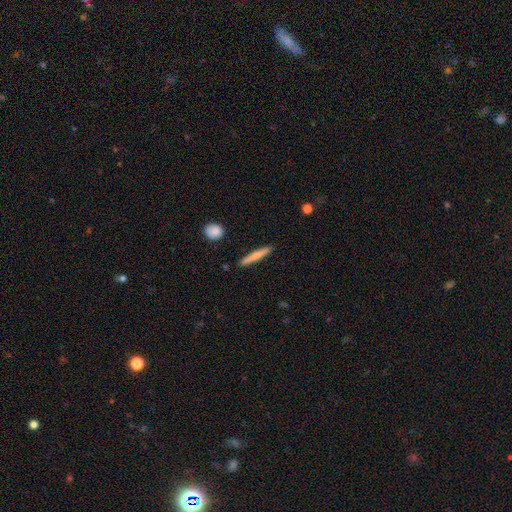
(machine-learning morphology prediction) smooth-or-featured: smooth: 64% | featured or disk: 30% | star or artifact: 5%
  how-rounded: cigar-shaped: 94% | in between: 4% | round: 2%
  merging: none: 90% | minor disturbance: 7% | merger: 2% | major disturbance: 1%